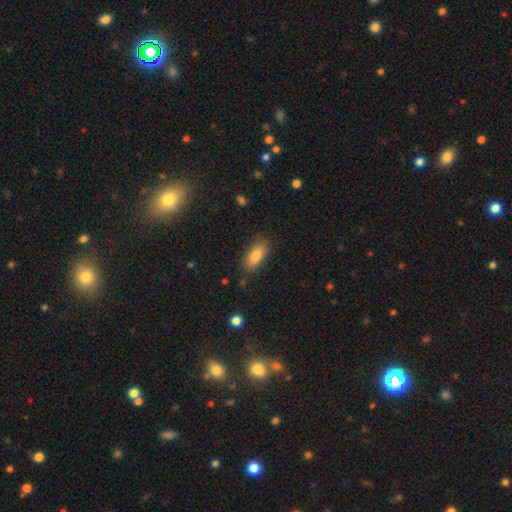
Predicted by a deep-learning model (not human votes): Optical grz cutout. It shows a smooth galaxy with no disk features (81%) that is in between round and cigar-shaped (84%). Merging: none (83%).